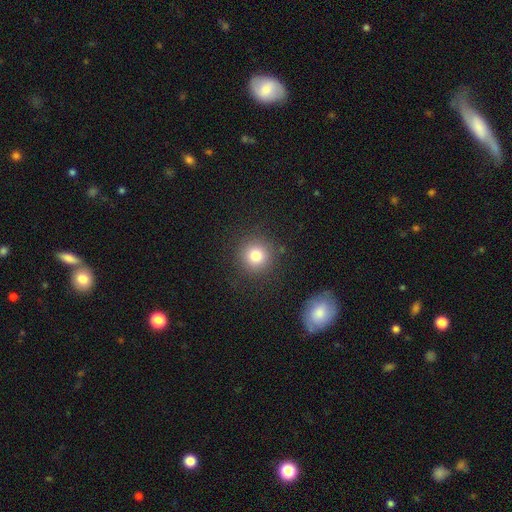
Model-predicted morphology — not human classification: This appears to be a smooth galaxy with no disk features (80%) that is round (94%). Merging: none (88%).